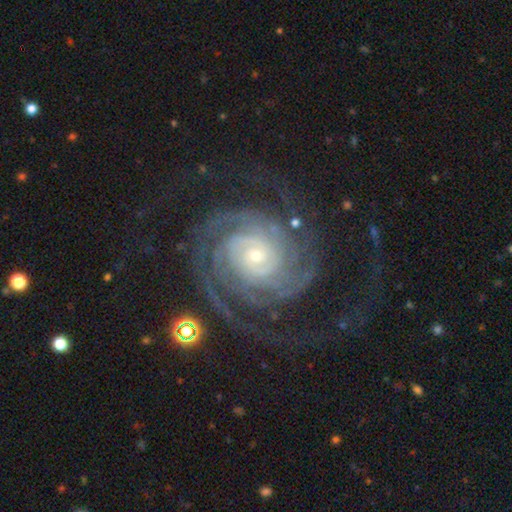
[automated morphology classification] A featured or disk galaxy (91%) with no bar (72%), 2 (30%) tight (74%) spiral arms (99%) and a small central bulge (70%).

Vote fractions:
- Smooth or featured? featured or disk: 91% / star or artifact: 5% / smooth: 3%
- Edge-on disk? no: 98% / yes: 2%
- Bar? no: 72% / weak: 19% / strong: 10%
- Spiral arms? yes: 99% / no: 1%
- Spiral winding? tight: 74% / medium: 21% / loose: 5%
- Spiral arm count? 2: 30% / 3: 18% / can't tell: 17% / 4: 15% / more than 4: 11% / 1: 9%
- Bulge size? small: 70% / moderate: 24% / large: 3% / none: 1% / dominant: 1%
- Merging? none: 70% / major disturbance: 15% / minor disturbance: 13% / merger: 2%